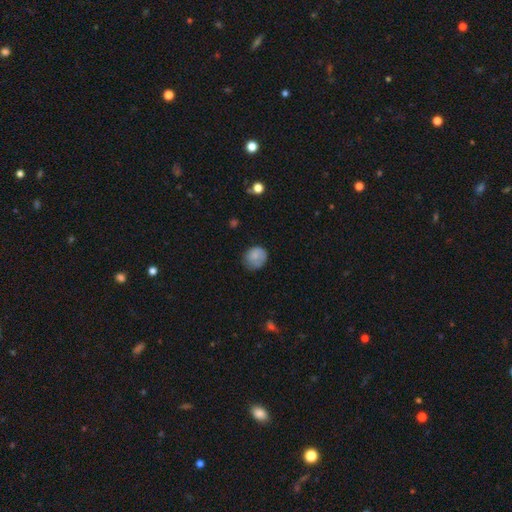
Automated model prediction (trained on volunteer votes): Smooth or featured? Predicted: smooth (p=0.80). How rounded? Predicted: round (p=0.73). Merging? Predicted: none (p=0.62).